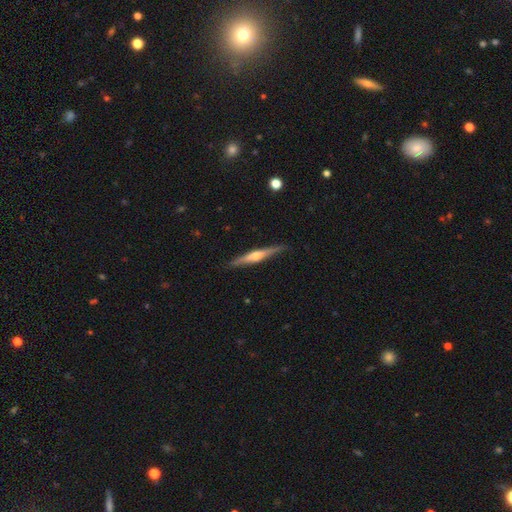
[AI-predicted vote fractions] Smooth or featured? Predicted: featured or disk (p=0.69). Edge-on disk? Predicted: yes (p=0.97). Edge-on bulge? Predicted: rounded (p=0.88). Merging? Predicted: none (p=0.88).